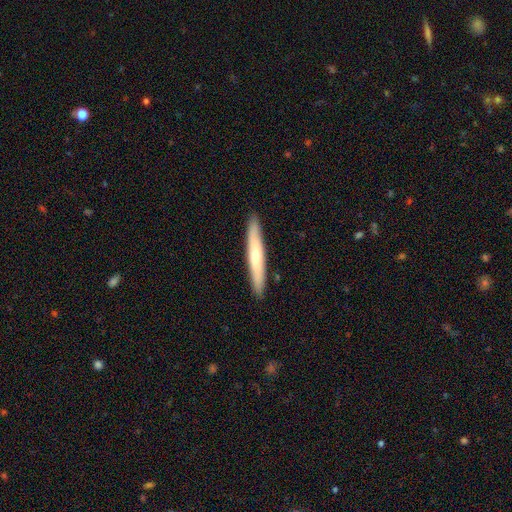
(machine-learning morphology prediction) Q: Smooth or featured?
A: smooth (53%); runner-up: featured or disk (42%)
Q: How rounded?
A: cigar-shaped (94%); runner-up: in between (5%)
Q: Merging?
A: none (91%); runner-up: minor disturbance (7%)